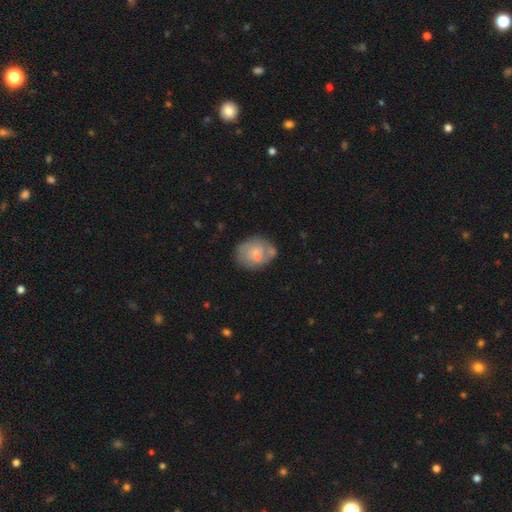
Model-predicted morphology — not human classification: Smooth or featured? smooth (56%)
How rounded? in between (53%)
Merging? none (50%)